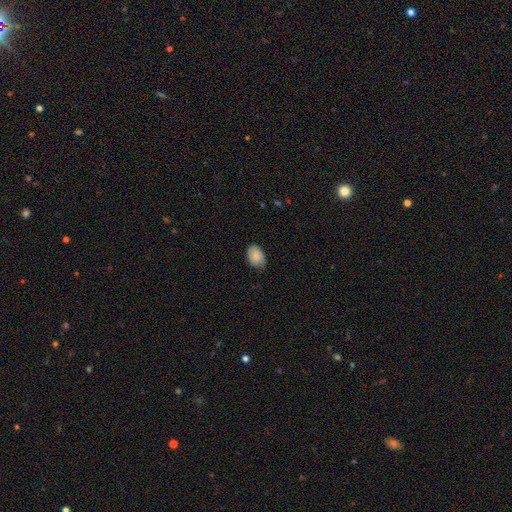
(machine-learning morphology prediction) Smooth or featured?
  - smooth: 86% *
  - star or artifact: 7%
  - featured or disk: 7%
How rounded?
  - in between: 85% *
  - round: 14%
  - cigar-shaped: 1%
Merging?
  - none: 76% *
  - minor disturbance: 20%
  - major disturbance: 3%
  - merger: 1%